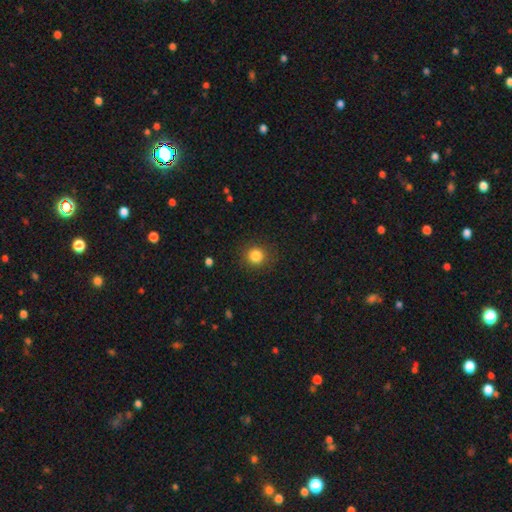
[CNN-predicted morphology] A smooth galaxy with no disk features (84%) that is round (91%).

Vote fractions:
- Smooth or featured? smooth: 84% / star or artifact: 11% / featured or disk: 5%
- How rounded? round: 91% / in between: 9% / cigar-shaped: 1%
- Merging? none: 89% / minor disturbance: 8% / major disturbance: 3% / merger: 1%